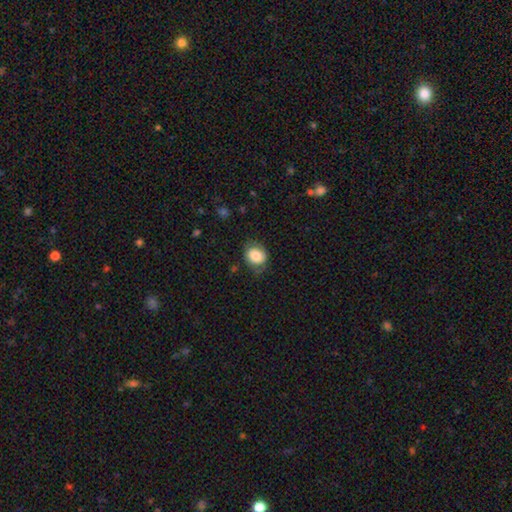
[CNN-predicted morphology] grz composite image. It shows a smooth galaxy with no disk features (77%) that is round (54%). Merging: none (66%).